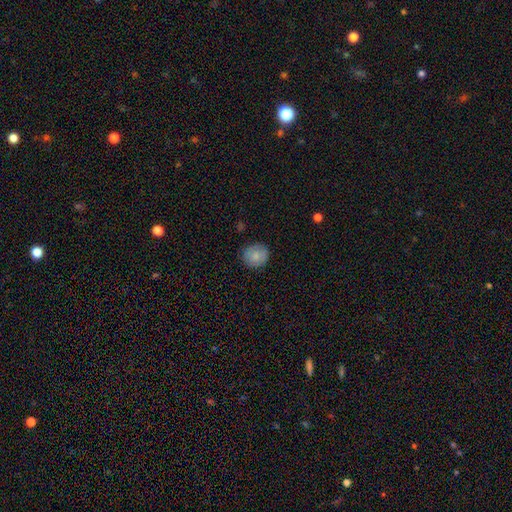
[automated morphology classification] type=smooth (82%); roundness=round (78%); merging=none (84%).